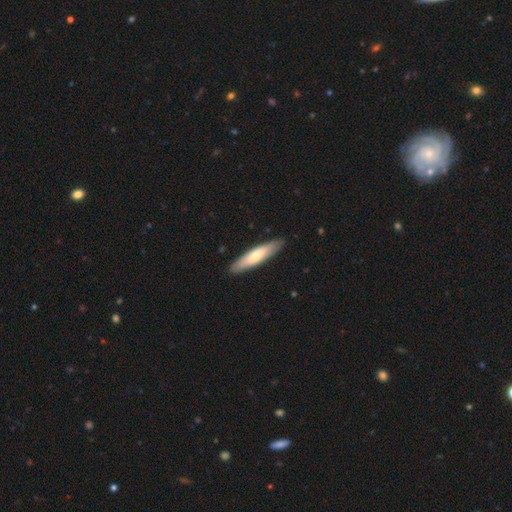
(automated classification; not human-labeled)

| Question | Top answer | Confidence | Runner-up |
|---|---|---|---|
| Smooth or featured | smooth | 65% | featured or disk (30%) |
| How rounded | cigar-shaped | 79% | in between (20%) |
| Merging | none | 89% | minor disturbance (9%) |